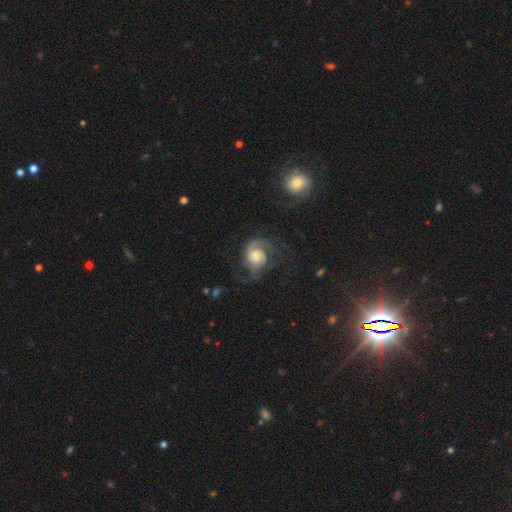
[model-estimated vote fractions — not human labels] featured or disk 84%, smooth 10%, star or artifact 6%. Down the decision tree: edge-on disk — no (98%); bar — no (67%); spiral arms — yes (97%); spiral arm count — 2 (61%); spiral winding — medium (45%); bulge size — moderate (49%); merging — none (59%).